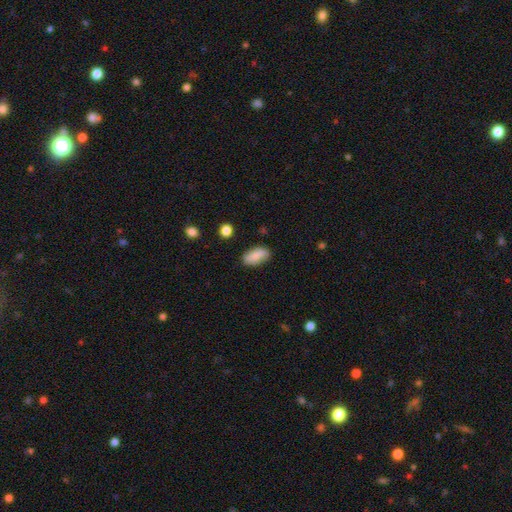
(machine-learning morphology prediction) smooth_or_featured: smooth (p=0.83) [alt: featured or disk p=0.10]
how_rounded: in between (p=0.88) [alt: cigar-shaped p=0.08]
merging: none (p=0.81) [alt: minor disturbance p=0.15]